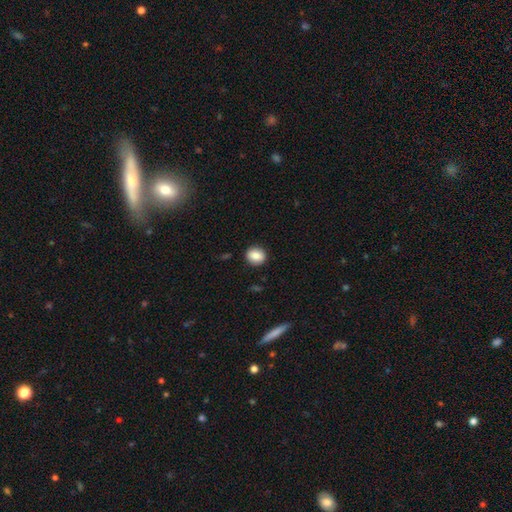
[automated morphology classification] smooth_or_featured: smooth (p=0.86) [alt: star or artifact p=0.08]
how_rounded: round (p=0.70) [alt: in between p=0.29]
merging: none (p=0.90) [alt: minor disturbance p=0.07]